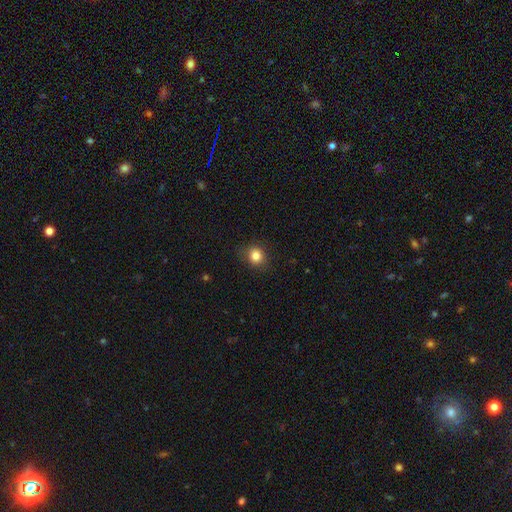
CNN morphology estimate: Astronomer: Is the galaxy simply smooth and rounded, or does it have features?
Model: smooth — 82%.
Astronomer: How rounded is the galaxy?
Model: round — 80%.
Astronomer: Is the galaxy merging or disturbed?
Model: none — 86%.